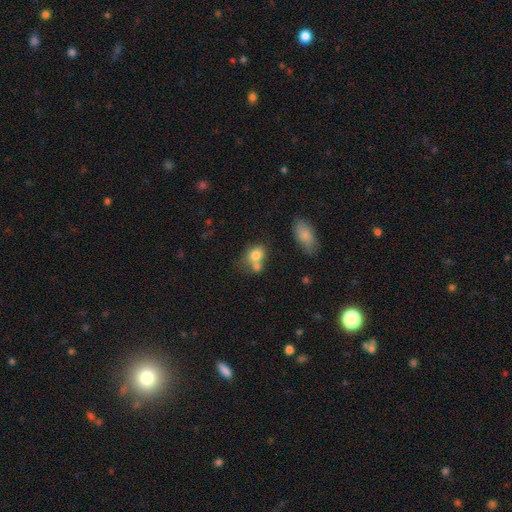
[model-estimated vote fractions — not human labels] Q: Smooth or featured?
A: smooth (77%); runner-up: featured or disk (13%)
Q: How rounded?
A: in between (63%); runner-up: round (36%)
Q: Merging?
A: merger (46%); runner-up: none (34%)